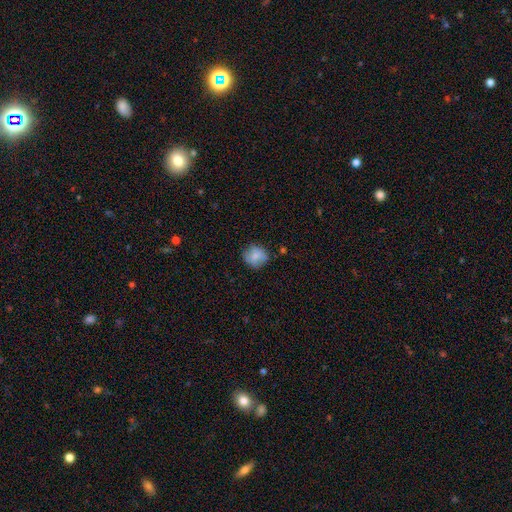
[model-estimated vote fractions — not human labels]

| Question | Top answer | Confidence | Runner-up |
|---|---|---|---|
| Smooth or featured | smooth | 73% | featured or disk (18%) |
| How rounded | round | 83% | in between (16%) |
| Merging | none | 75% | minor disturbance (19%) |